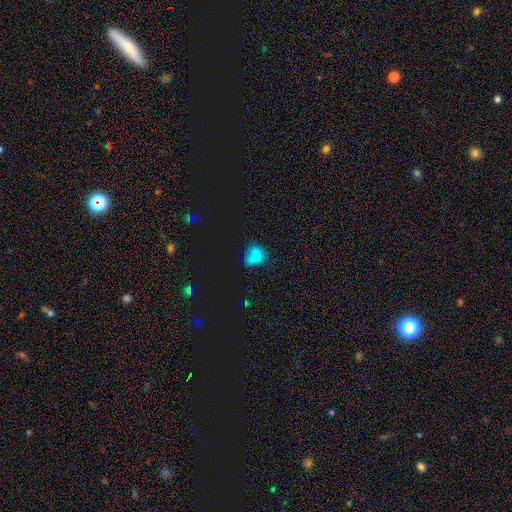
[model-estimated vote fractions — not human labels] A smooth galaxy with no disk features (71%) that is in between round and cigar-shaped (54%).

Vote fractions:
- Smooth or featured? smooth: 71% / star or artifact: 16% / featured or disk: 12%
- How rounded? in between: 54% / round: 44% / cigar-shaped: 2%
- Merging? none: 45% / minor disturbance: 29% / major disturbance: 13% / merger: 12%